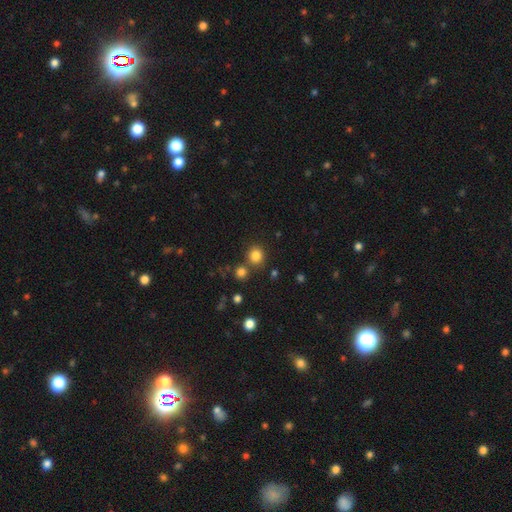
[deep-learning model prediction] smooth_or_featured: smooth (p=0.82) [alt: star or artifact p=0.13]
how_rounded: round (p=0.88) [alt: in between p=0.11]
merging: none (p=0.77) [alt: merger p=0.13]